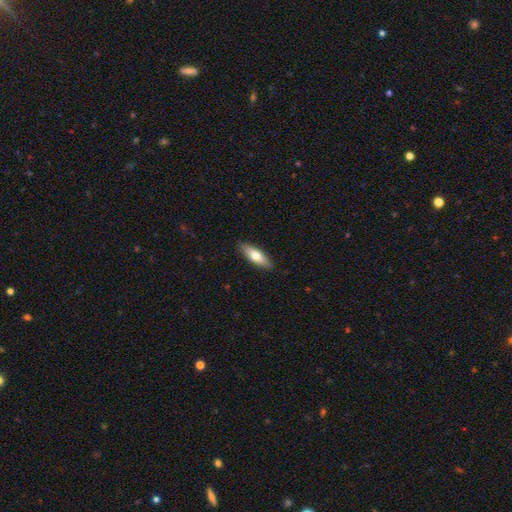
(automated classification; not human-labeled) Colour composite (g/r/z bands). It shows a smooth galaxy with no disk features (67%) that is in between round and cigar-shaped (53%). Merging: none (88%).